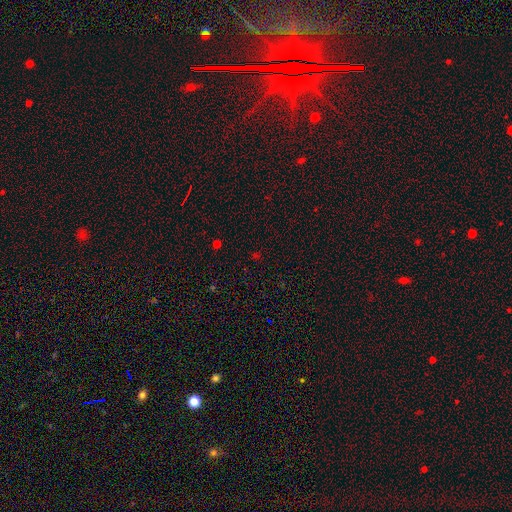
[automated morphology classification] Smooth or featured? Predicted: star or artifact (p=0.59).